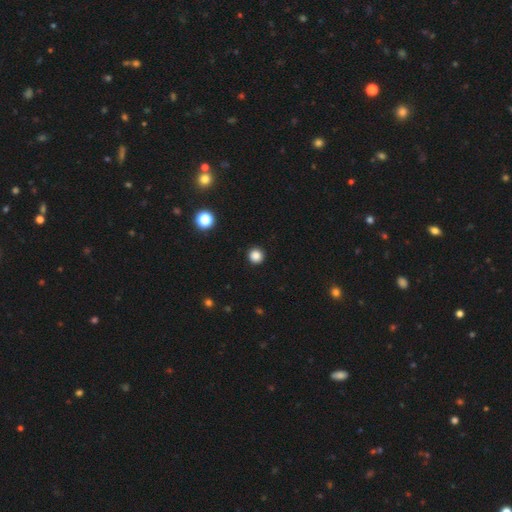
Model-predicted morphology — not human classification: Overall: smooth (85%). How rounded: round (96%). Merging: none (93%).